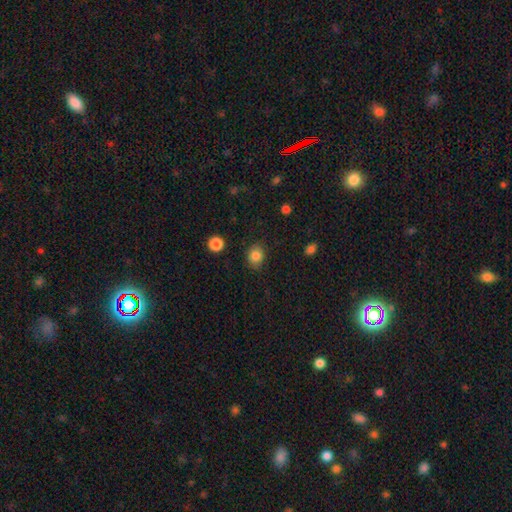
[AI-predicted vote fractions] Overall: smooth (83%). How rounded: round (60%; in between 39%). Merging: none (82%).